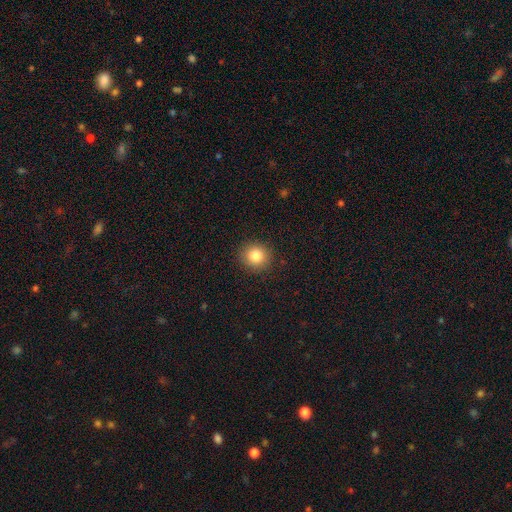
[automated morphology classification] This appears to be a smooth galaxy with no disk features (83%) that is round (88%). Merging: none (91%).